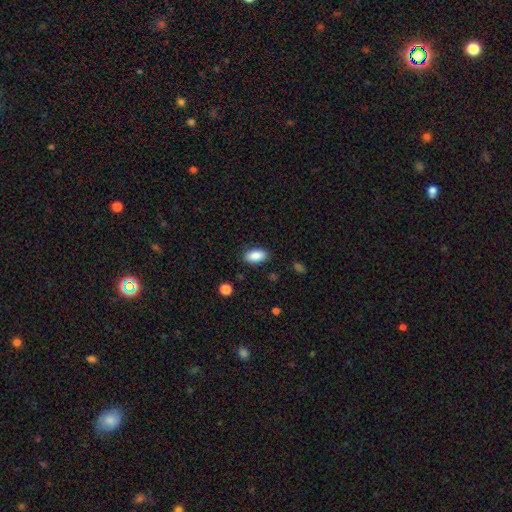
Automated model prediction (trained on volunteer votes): Q: Smooth or featured?
A: smooth (89%); runner-up: star or artifact (7%)
Q: How rounded?
A: in between (92%); runner-up: cigar-shaped (5%)
Q: Merging?
A: none (87%); runner-up: minor disturbance (10%)